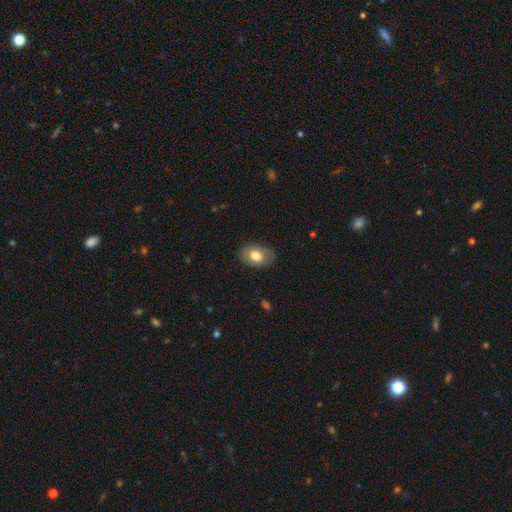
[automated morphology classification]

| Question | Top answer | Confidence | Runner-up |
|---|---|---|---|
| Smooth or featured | smooth | 75% | featured or disk (18%) |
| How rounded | in between | 84% | round (15%) |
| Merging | none | 84% | minor disturbance (12%) |